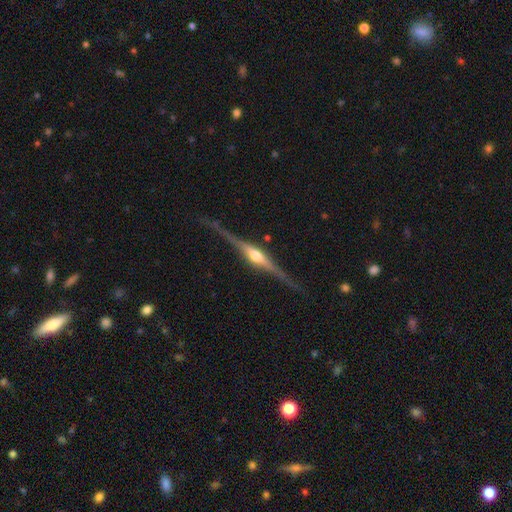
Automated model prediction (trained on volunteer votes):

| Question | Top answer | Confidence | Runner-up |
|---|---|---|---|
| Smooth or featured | featured or disk | 87% | smooth (8%) |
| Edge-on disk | yes | 98% | no (2%) |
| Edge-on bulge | rounded | 91% | boxy (6%) |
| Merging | none | 85% | minor disturbance (11%) |